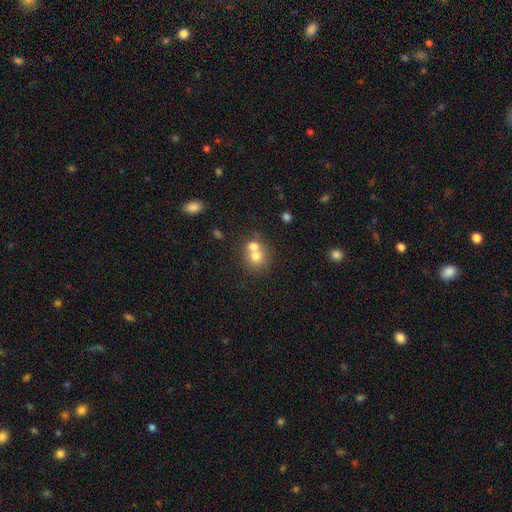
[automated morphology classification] Overall: smooth (70%). How rounded: round (80%). Merging: merger (59%; none 32%).